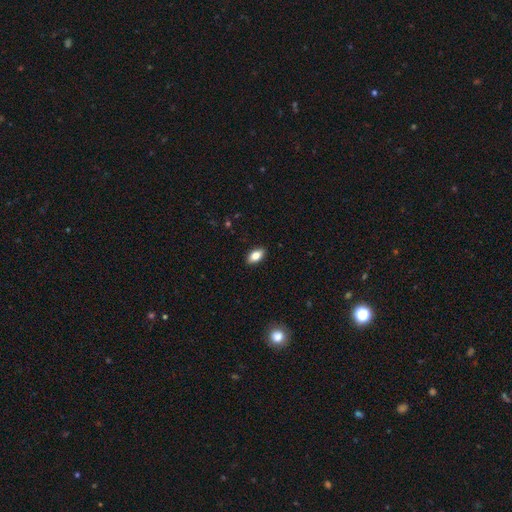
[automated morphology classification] Smooth or featured? smooth (80%)
How rounded? in between (90%)
Merging? none (90%)